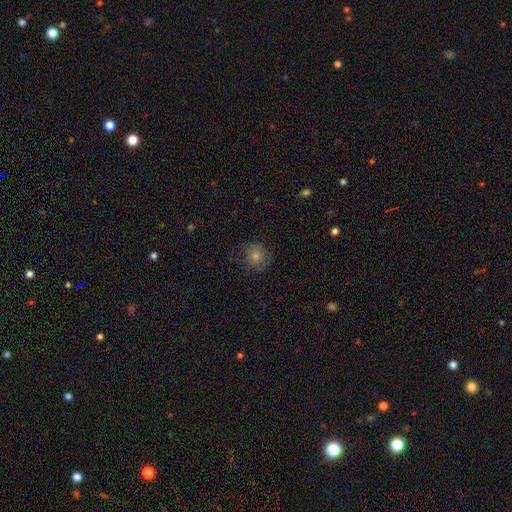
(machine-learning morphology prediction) A smooth galaxy with no disk features (60%) that is round (89%).

Vote fractions:
- Smooth or featured? smooth: 60% / featured or disk: 21% / star or artifact: 20%
- How rounded? round: 89% / in between: 10% / cigar-shaped: 1%
- Merging? none: 79% / minor disturbance: 14% / major disturbance: 6% / merger: 1%